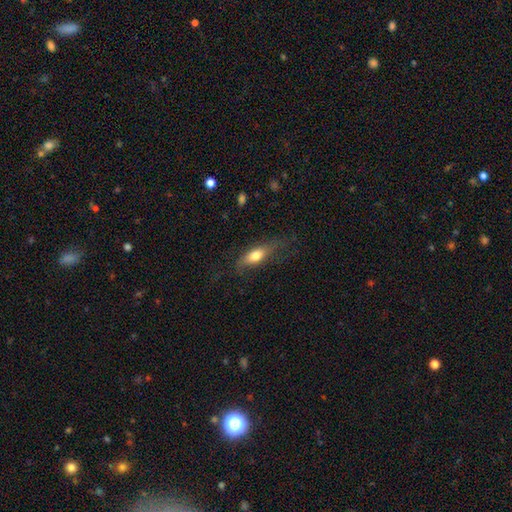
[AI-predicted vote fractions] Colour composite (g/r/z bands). It shows a smooth galaxy with no disk features (68%) that is in between round and cigar-shaped (57%). Merging: none (60%).